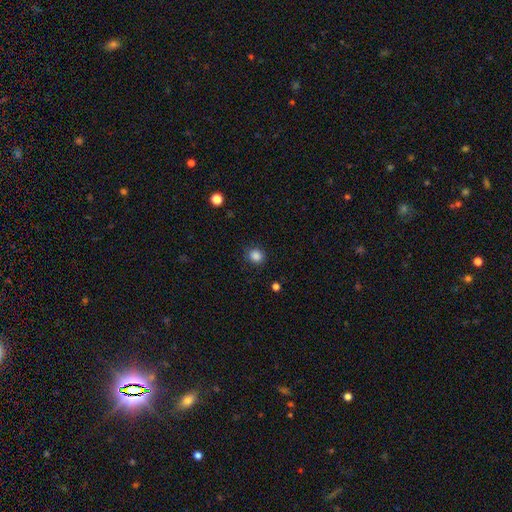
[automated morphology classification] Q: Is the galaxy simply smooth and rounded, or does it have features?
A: smooth — 86%.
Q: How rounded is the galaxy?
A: round — 79%.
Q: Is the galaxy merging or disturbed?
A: none — 86%.